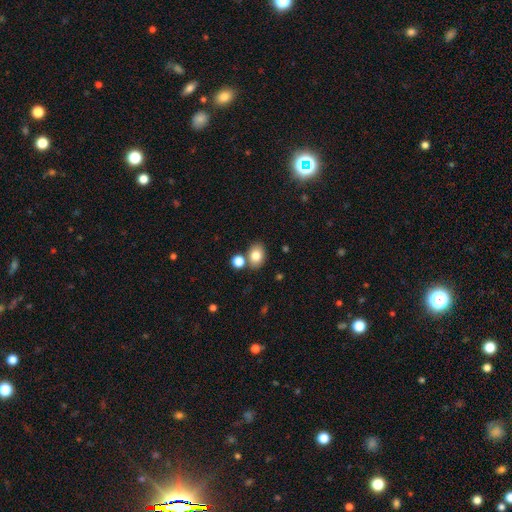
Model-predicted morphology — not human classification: Overall: smooth (81%). How rounded: in between (65%; round 34%). Merging: none (73%).